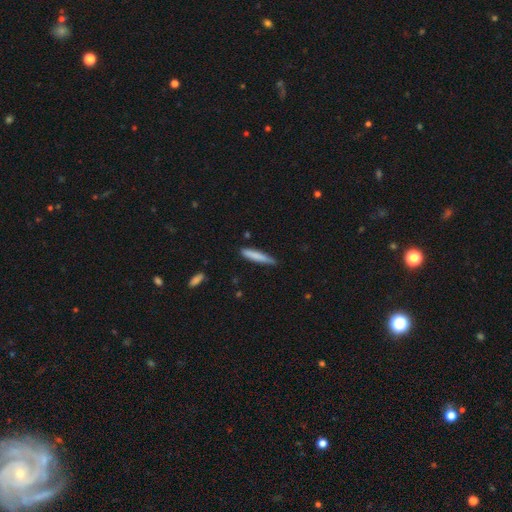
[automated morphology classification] smooth_or_featured: smooth (p=0.79) [alt: featured or disk p=0.15]
how_rounded: cigar-shaped (p=0.92) [alt: in between p=0.07]
merging: none (p=0.79) [alt: minor disturbance p=0.17]